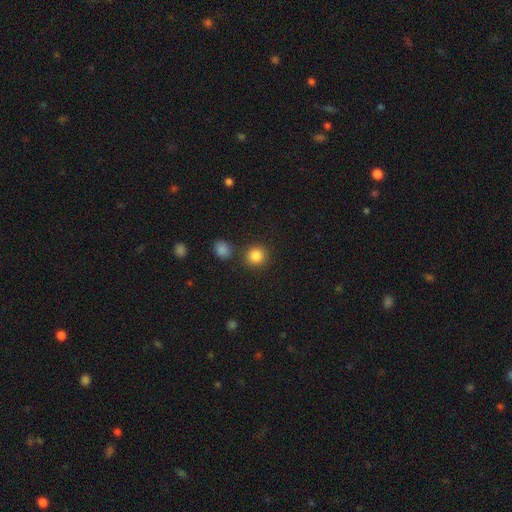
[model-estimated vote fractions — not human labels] Q: Smooth or featured?
A: smooth (85%); runner-up: star or artifact (10%)
Q: How rounded?
A: round (91%); runner-up: in between (8%)
Q: Merging?
A: none (84%); runner-up: minor disturbance (7%)